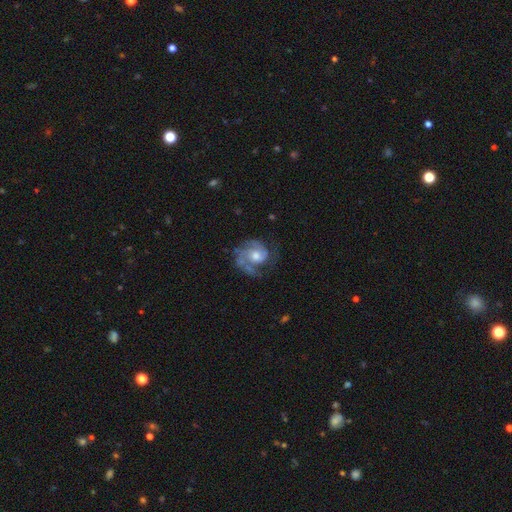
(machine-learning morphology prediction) Overall: featured or disk (83%). Edge-on disk: no (98%). Bar: no (69%). Spiral arms: yes (94%). Spiral arm count: 2 (51%; 3 16%). Spiral winding: tight (45%; medium 42%). Bulge size: moderate (63%). Merging: none (58%; minor disturbance 20%).